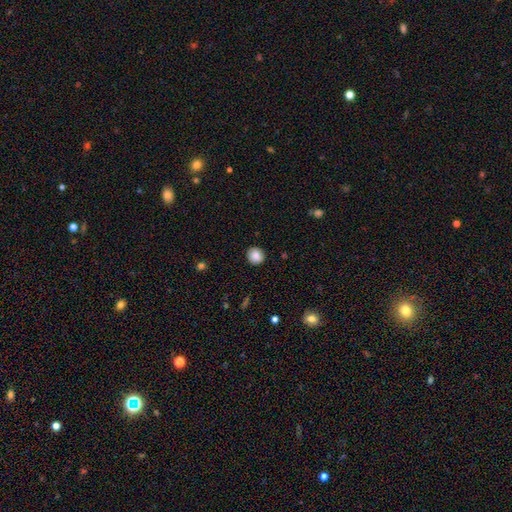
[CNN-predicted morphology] smooth_or_featured: smooth (p=0.85) [alt: star or artifact p=0.09]
how_rounded: round (p=0.89) [alt: in between p=0.10]
merging: none (p=0.89) [alt: minor disturbance p=0.08]